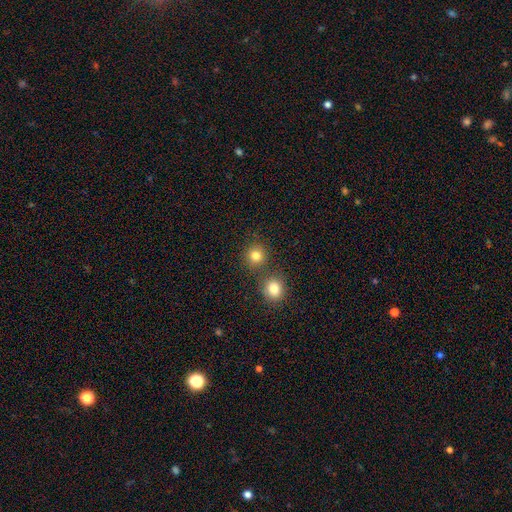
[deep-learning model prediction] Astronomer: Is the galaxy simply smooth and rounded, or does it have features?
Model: smooth — 81%.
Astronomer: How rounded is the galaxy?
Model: round — 91%.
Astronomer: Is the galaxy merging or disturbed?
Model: none — 74%.